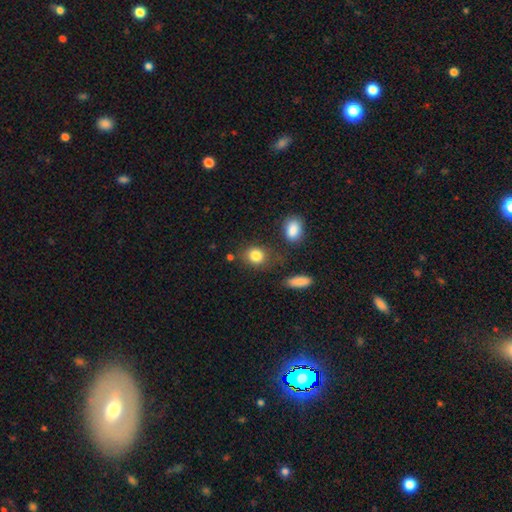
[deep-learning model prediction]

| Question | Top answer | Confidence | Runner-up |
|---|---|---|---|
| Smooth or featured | smooth | 84% | star or artifact (9%) |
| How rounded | round | 59% | in between (40%) |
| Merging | none | 68% | minor disturbance (16%) |